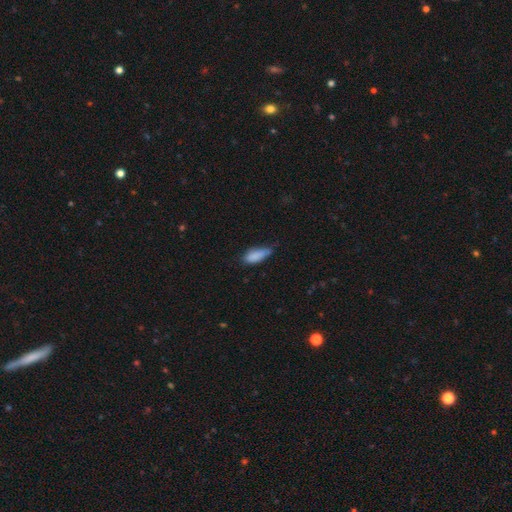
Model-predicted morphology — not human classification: Smooth or featured: smooth — 85% (featured or disk — 7%)
How rounded: in between — 73% (cigar-shaped — 25%)
Merging: none — 45% (minor disturbance — 43%)